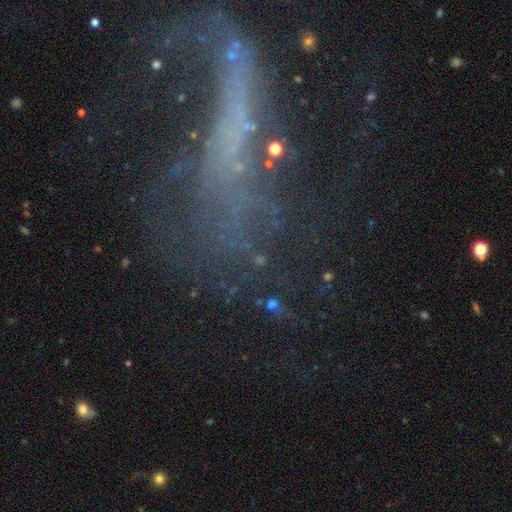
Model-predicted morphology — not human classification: featured or disk 39%, star or artifact 38%, smooth 22%. Down the decision tree: merging — none (45%).